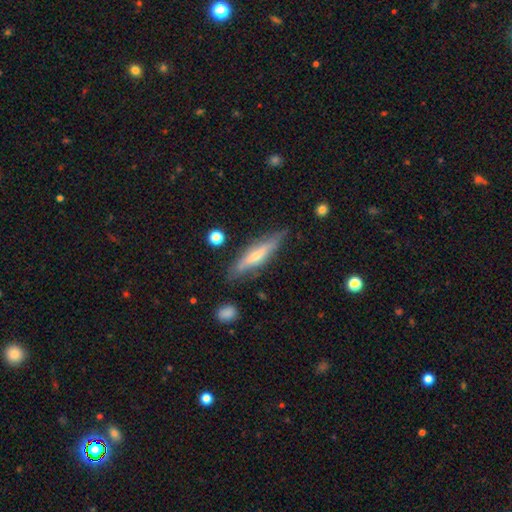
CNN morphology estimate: Smooth or featured? Predicted: featured or disk (p=0.59). Edge-on disk? Predicted: yes (p=0.92). Edge-on bulge? Predicted: rounded (p=0.67). Merging? Predicted: none (p=0.81).